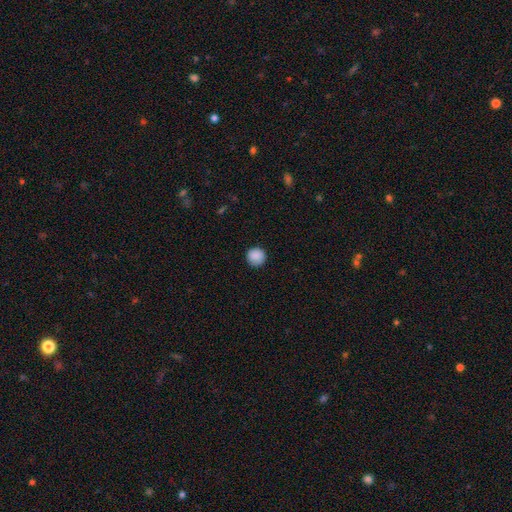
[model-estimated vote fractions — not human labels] Morphology: type=smooth (89%); roundness=round (94%); merging=none (88%).